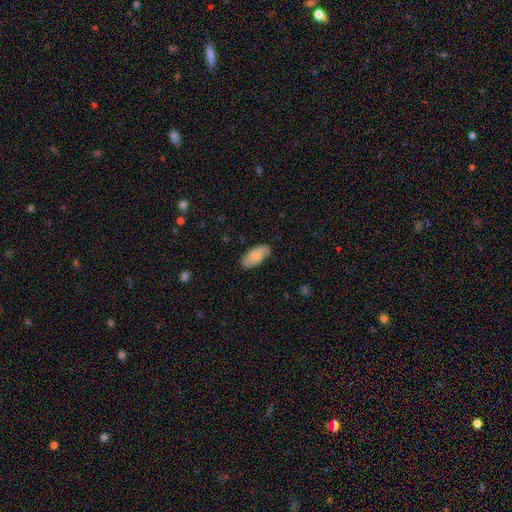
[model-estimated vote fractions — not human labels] Smooth or featured? Predicted: smooth (p=0.64). How rounded? Predicted: in between (p=0.93). Merging? Predicted: none (p=0.80).